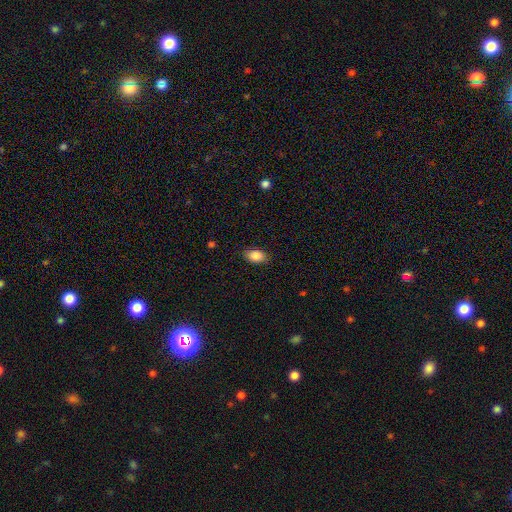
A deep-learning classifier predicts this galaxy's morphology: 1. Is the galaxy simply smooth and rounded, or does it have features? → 87% smooth, 8% star or artifact, 5% featured or disk.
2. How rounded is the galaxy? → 90% in between, 8% round, 2% cigar-shaped.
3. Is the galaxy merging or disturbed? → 86% none, 10% minor disturbance, 3% major disturbance, 1% merger.